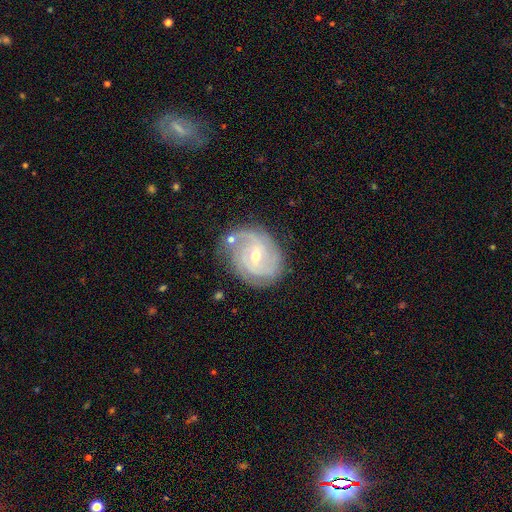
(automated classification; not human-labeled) This appears to be a featured or disk galaxy (86%) with a weak bar (48%), 3 (33%) tight (64%) spiral arms (96%) and a moderate central bulge (50%). Merging: none (72%).